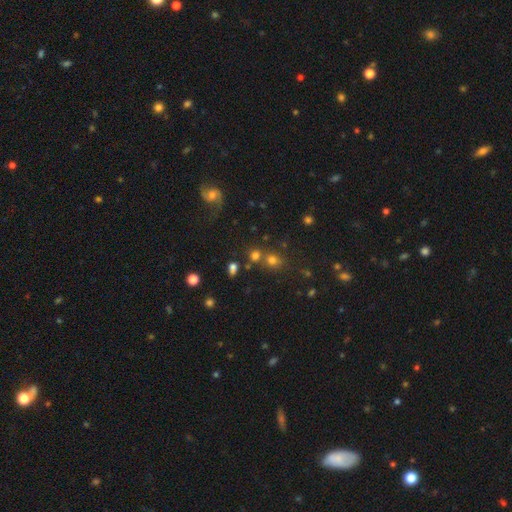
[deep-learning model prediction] The model was most divided on "merging": none: 61%, merger: 25%, minor disturbance: 10%, major disturbance: 5%. More confident: how rounded — round (80%); smooth or featured — smooth (64%).